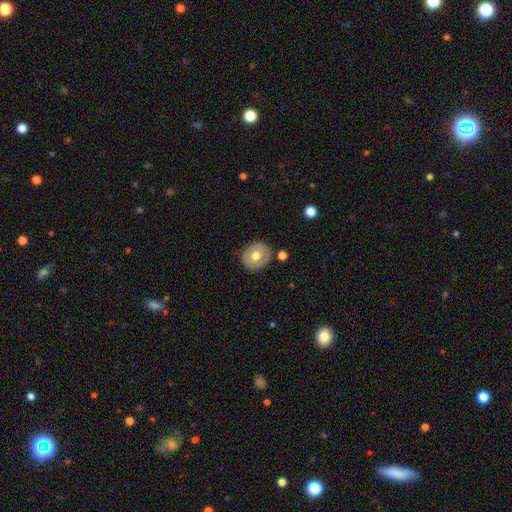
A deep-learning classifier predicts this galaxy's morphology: Smooth or featured? Predicted: smooth (p=0.57). How rounded? Predicted: round (p=0.77). Merging? Predicted: none (p=0.84).